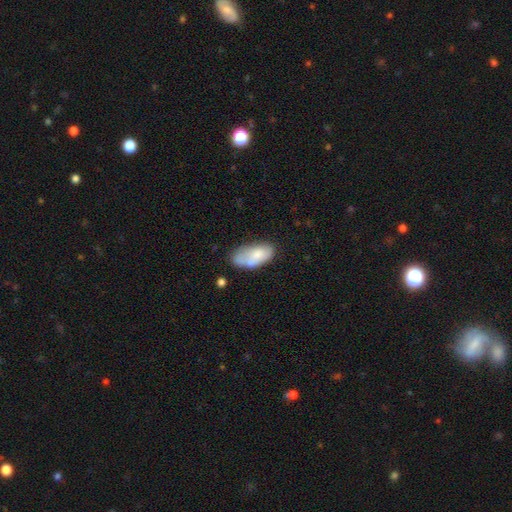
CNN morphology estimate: Q: Smooth or featured?
A: smooth (72%); runner-up: featured or disk (21%)
Q: How rounded?
A: in between (93%); runner-up: cigar-shaped (4%)
Q: Merging?
A: none (40%); runner-up: minor disturbance (30%)